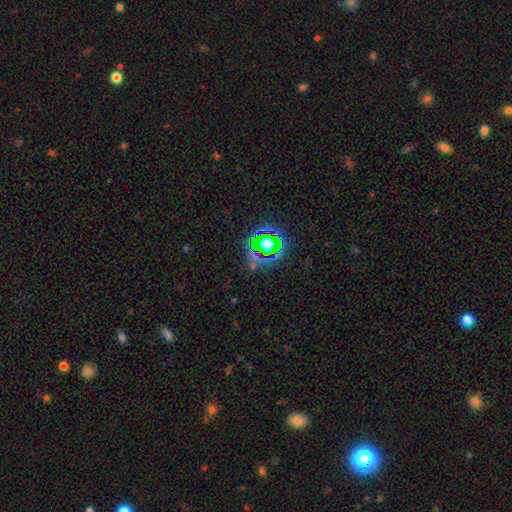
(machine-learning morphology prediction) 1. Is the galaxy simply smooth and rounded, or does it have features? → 71% star or artifact, 19% smooth, 10% featured or disk.